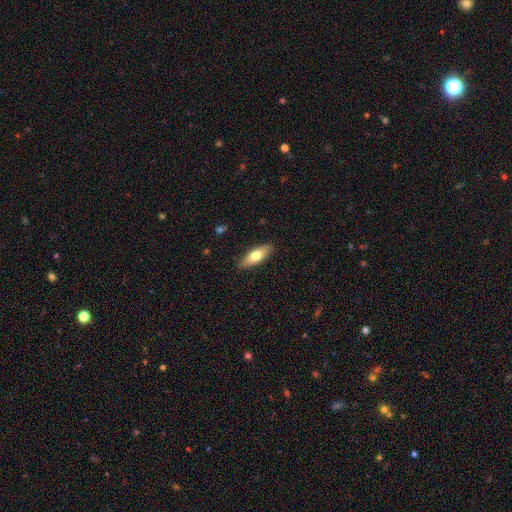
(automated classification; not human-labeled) Overall: smooth (70%). How rounded: in between (64%; cigar-shaped 33%). Merging: none (88%).